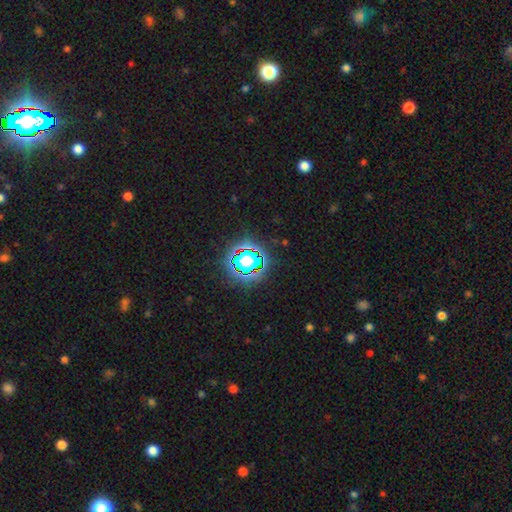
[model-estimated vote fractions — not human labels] Morphology: type=star or artifact (78%).